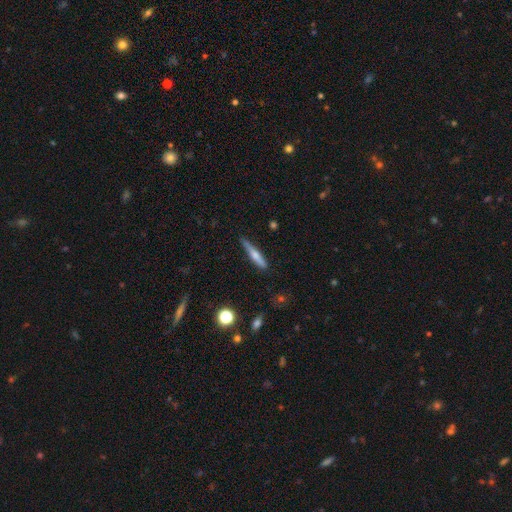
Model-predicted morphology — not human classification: smooth 48%, featured or disk 45%, star or artifact 7%. Down the decision tree: merging — none (79%).